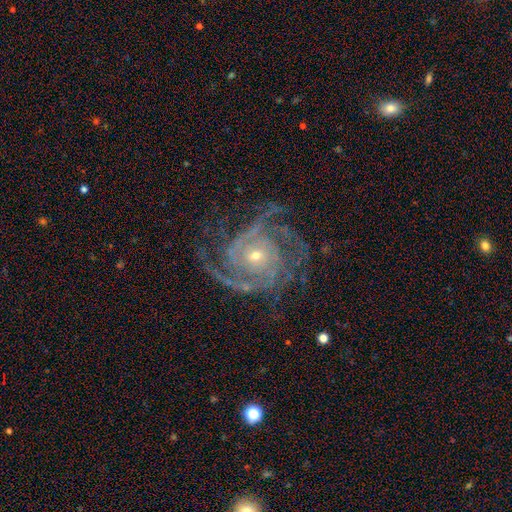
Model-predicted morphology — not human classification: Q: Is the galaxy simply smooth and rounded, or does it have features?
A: featured or disk — 92%.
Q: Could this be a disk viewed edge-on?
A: no — 98%.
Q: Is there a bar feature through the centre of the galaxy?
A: no — 74%.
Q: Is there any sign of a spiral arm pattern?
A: yes — 98%.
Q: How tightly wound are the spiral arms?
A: tight — 58%.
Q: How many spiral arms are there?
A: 3 — 32%.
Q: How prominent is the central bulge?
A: small — 63%.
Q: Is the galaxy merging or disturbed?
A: none — 70%.